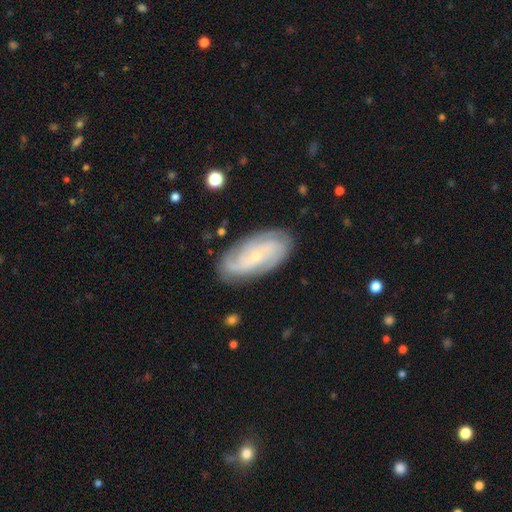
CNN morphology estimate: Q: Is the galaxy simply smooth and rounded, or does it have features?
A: featured or disk — 78%.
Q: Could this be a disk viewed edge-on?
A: no — 94%.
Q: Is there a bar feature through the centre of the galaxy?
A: no — 64%.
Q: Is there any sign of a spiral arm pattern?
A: yes — 95%.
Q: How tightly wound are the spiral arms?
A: tight — 58%.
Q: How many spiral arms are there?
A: can't tell — 28%.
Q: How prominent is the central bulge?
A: small — 80%.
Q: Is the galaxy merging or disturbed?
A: none — 82%.